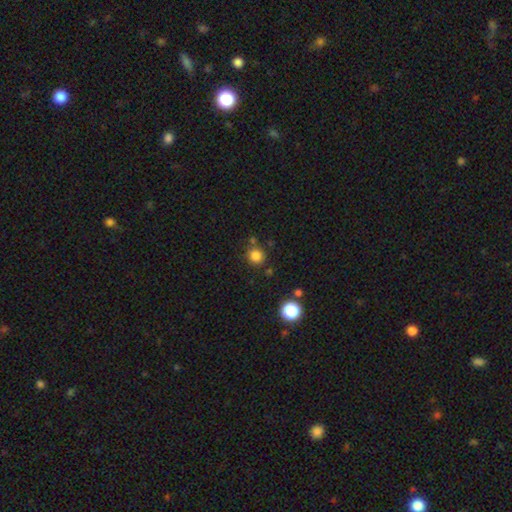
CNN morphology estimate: type=smooth (82%); roundness=round (90%); merging=none (78%).